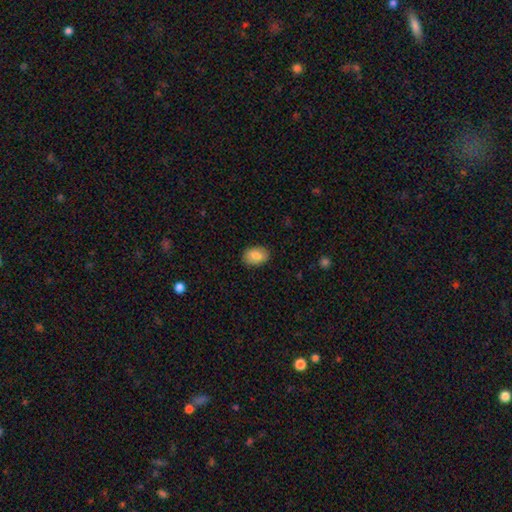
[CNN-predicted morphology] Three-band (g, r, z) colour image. It shows a smooth galaxy with no disk features (87%) that is in between round and cigar-shaped (84%). Merging: none (87%).